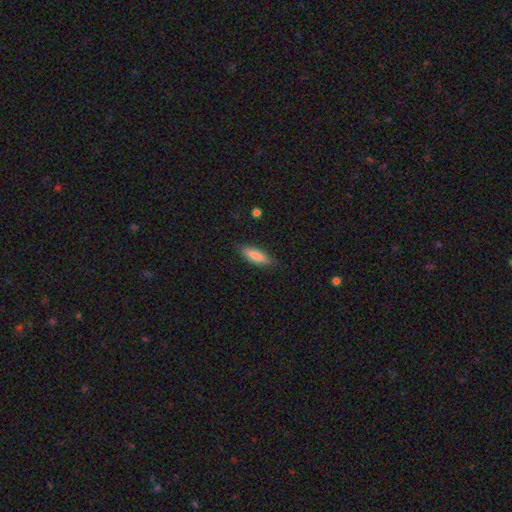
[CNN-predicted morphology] smooth 80%, featured or disk 14%, star or artifact 6%. Down the decision tree: how rounded — cigar-shaped (50%); merging — none (85%).